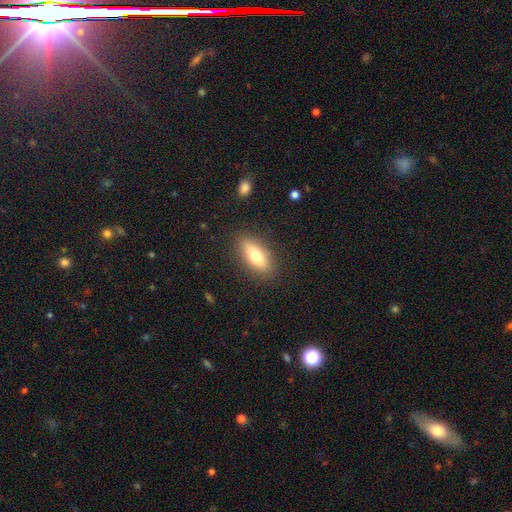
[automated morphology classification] Smooth or featured: smooth — 70% (featured or disk — 23%)
How rounded: in between — 73% (cigar-shaped — 24%)
Merging: none — 86% (minor disturbance — 10%)